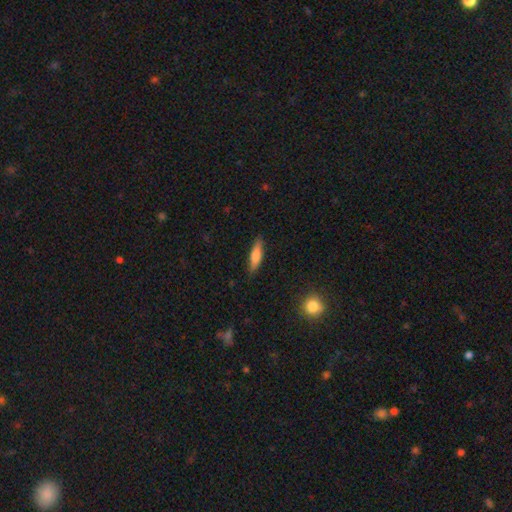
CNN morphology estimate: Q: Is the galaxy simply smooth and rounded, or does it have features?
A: smooth — 72%.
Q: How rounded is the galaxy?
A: cigar-shaped — 68%.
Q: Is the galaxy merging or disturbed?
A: none — 86%.